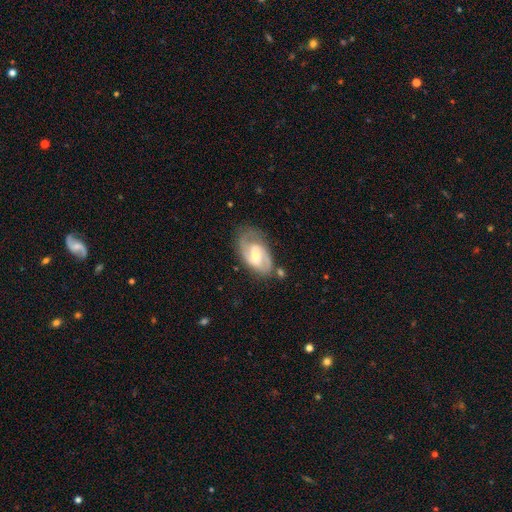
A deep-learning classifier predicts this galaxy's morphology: This is likely a featured or disk galaxy (79%). It is clearly not viewed edge-on (96%). Bar: possibly weak (51%). Spiral arm pattern: clearly yes (92%). Spiral arm count: likely 2 (79%). Spiral winding: possibly medium (50%). Central bulge: possibly small (48%). Merging: likely none (67%).